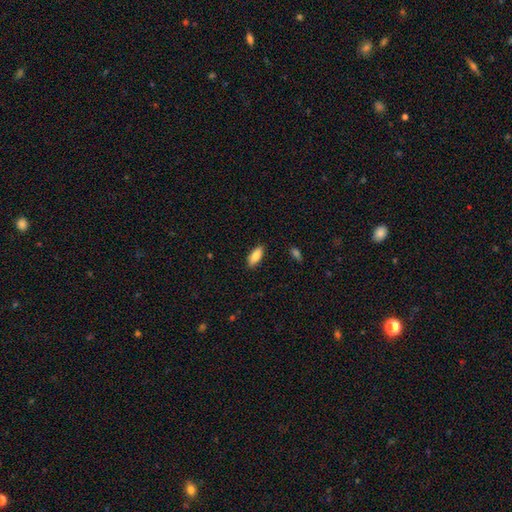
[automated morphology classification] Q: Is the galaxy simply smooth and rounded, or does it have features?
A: smooth — 85%.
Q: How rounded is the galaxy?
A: in between — 80%.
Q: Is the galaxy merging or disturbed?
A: none — 87%.